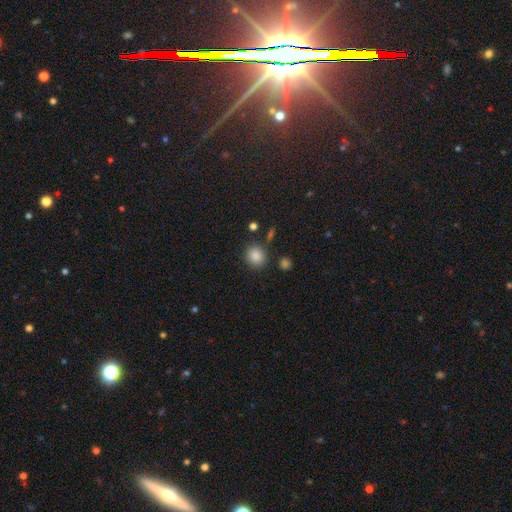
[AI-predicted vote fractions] This appears to be a smooth galaxy with no disk features (86%) that is round (78%). Merging: none (83%).